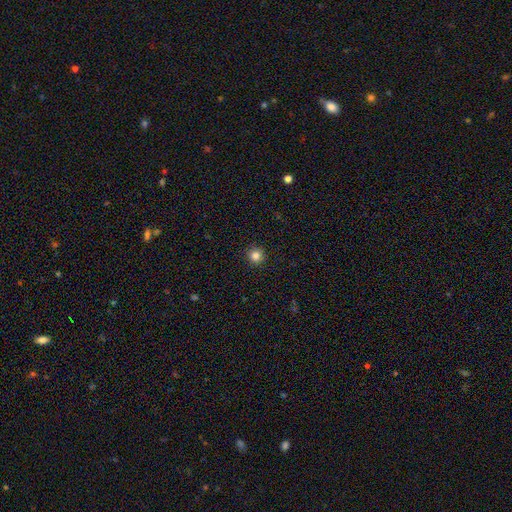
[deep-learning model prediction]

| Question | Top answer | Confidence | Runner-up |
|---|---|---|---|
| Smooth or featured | smooth | 83% | star or artifact (12%) |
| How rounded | round | 95% | in between (5%) |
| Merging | none | 93% | minor disturbance (5%) |